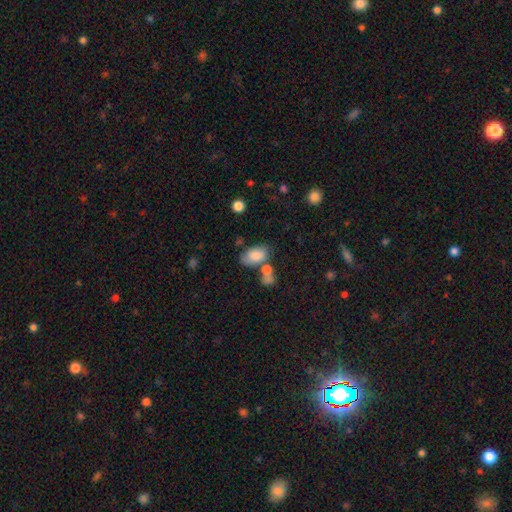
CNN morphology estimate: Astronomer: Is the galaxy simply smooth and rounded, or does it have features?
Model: smooth — 79%.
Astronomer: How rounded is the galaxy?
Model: in between — 91%.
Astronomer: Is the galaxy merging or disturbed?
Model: none — 43% (runner-up: merger, 28%).